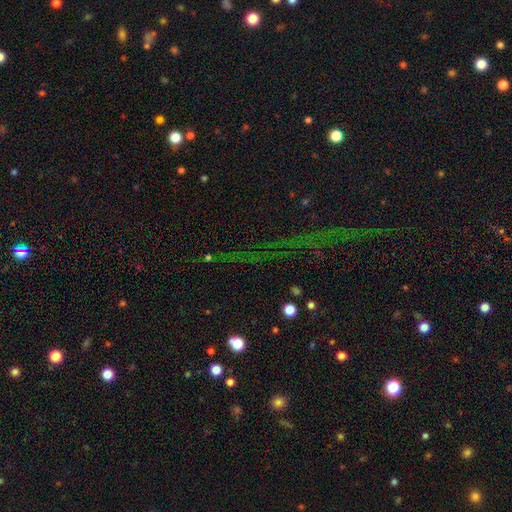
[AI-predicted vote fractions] A star or artifact, not a galaxy (76%).

Vote fractions:
- Smooth or featured? star or artifact: 76% / smooth: 15% / featured or disk: 10%